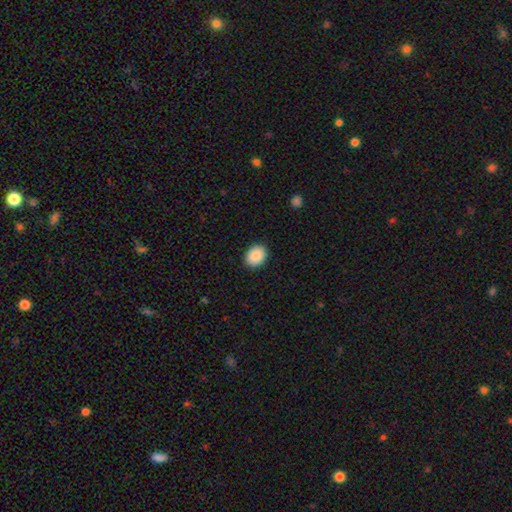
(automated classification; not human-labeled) A smooth galaxy with no disk features (90%) that is in between round and cigar-shaped (58%). Merging: none (90%).